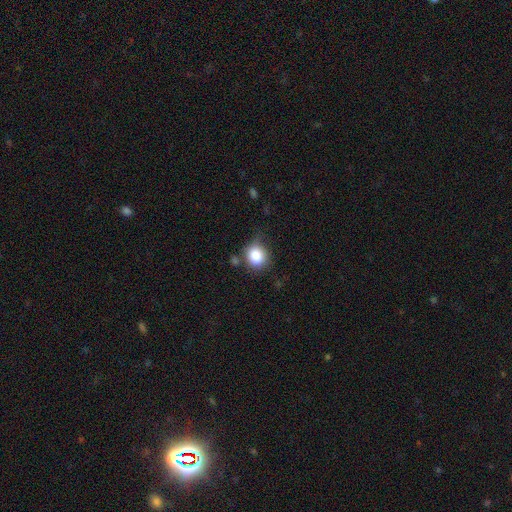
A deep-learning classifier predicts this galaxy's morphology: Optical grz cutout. It shows a smooth galaxy with no disk features (85%) that is round (76%). Merging: none (64%).